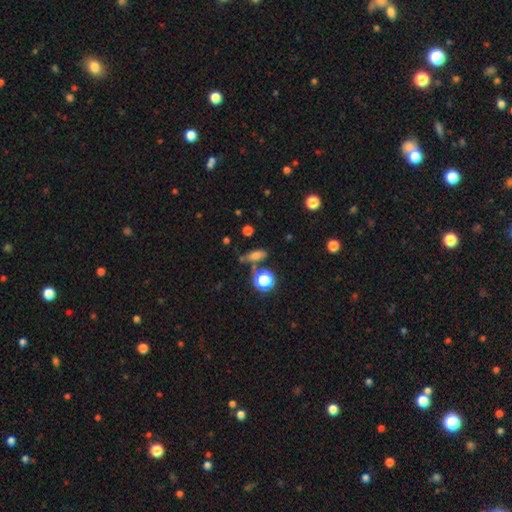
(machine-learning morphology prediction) Smooth or featured: smooth — 71% (star or artifact — 18%)
How rounded: in between — 63% (round — 19%)
Merging: none — 68% (minor disturbance — 16%)